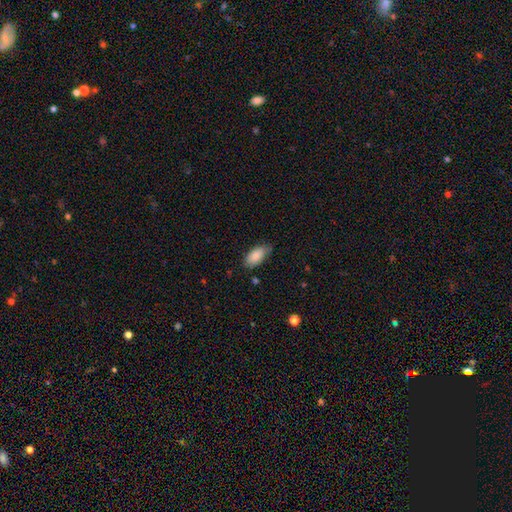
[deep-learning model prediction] The model was most divided on "merging": none: 69%, minor disturbance: 25%, major disturbance: 4%, merger: 2%. More confident: how rounded — in between (92%); smooth or featured — smooth (87%).